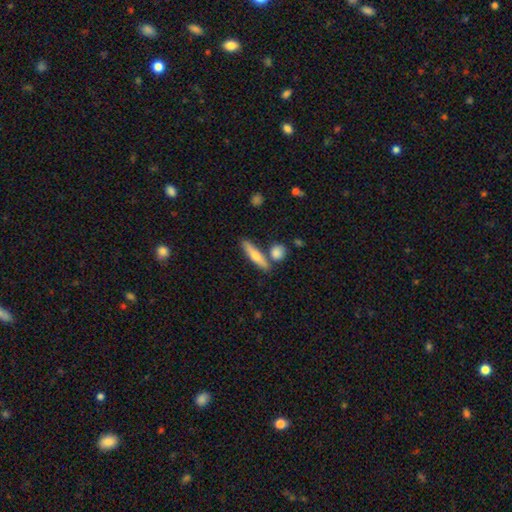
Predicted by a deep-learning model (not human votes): A smooth galaxy with no disk features (55%) that is cigar-shaped (78%).

Vote fractions:
- Smooth or featured? smooth: 55% / featured or disk: 39% / star or artifact: 6%
- How rounded? cigar-shaped: 78% / in between: 19% / round: 3%
- Merging? none: 74% / merger: 13% / minor disturbance: 10% / major disturbance: 3%